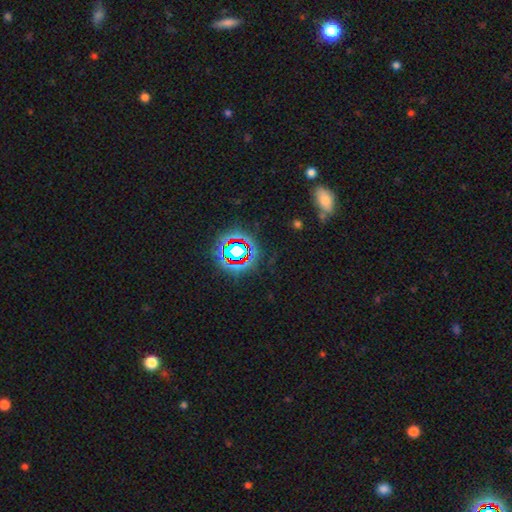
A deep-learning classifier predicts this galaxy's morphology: A star or artifact, not a galaxy (74%).